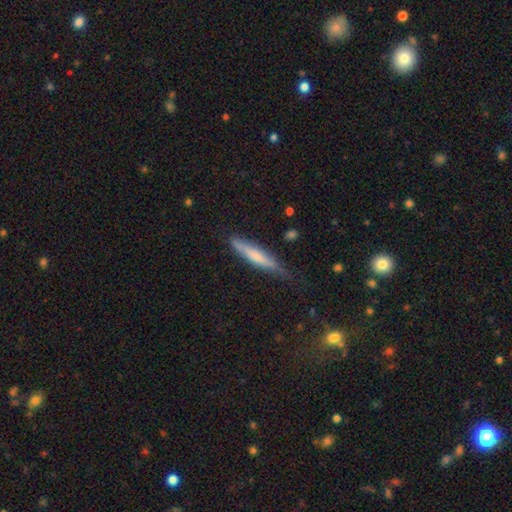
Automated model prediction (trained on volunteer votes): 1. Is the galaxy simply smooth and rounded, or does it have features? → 64% smooth, 30% featured or disk, 6% star or artifact.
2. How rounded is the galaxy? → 91% cigar-shaped, 8% in between, 1% round.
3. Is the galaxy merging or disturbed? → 71% none, 23% minor disturbance, 4% major disturbance, 2% merger.